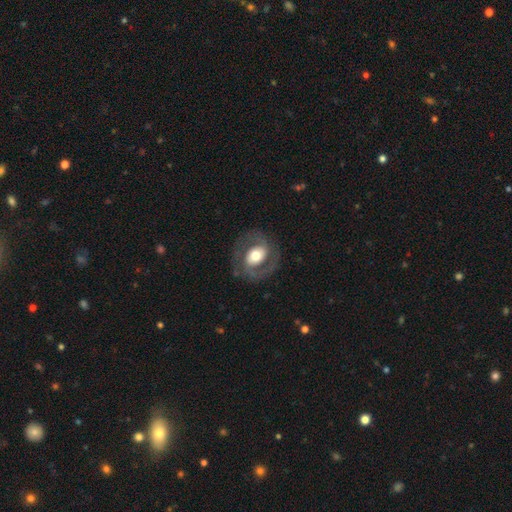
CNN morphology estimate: Smooth or featured? featured or disk (71%)
Edge-on disk? no (97%)
Bar? no (47%)
Spiral arms? yes (77%)
Spiral winding? medium (50%)
Spiral arm count? 2 (86%)
Bulge size? moderate (57%)
Merging? none (78%)